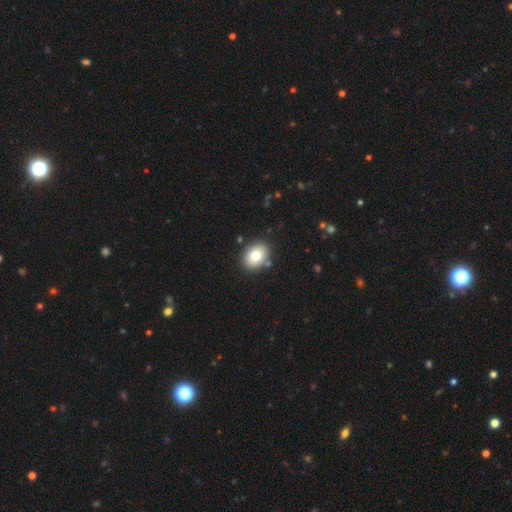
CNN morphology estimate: The model was most divided on "how rounded": in between: 60%, round: 39%, cigar-shaped: 1%. More confident: merging — none (85%); smooth or featured — smooth (78%).